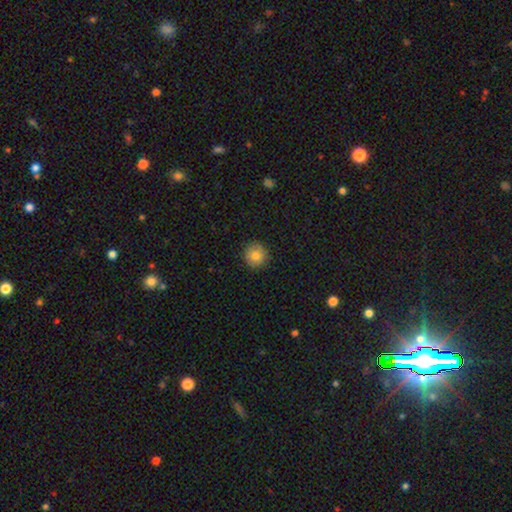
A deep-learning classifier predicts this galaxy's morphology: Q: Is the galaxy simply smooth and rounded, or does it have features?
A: smooth — 80%.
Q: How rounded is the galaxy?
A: round — 95%.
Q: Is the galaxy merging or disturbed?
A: none — 90%.